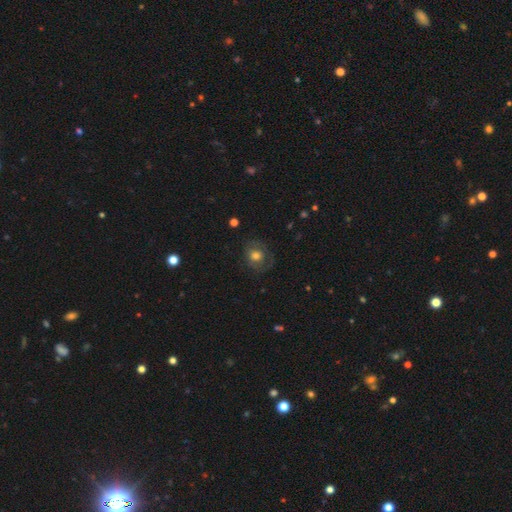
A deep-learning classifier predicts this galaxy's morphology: smooth-or-featured: smooth: 57% | featured or disk: 32% | star or artifact: 11%
  how-rounded: round: 74% | in between: 26% | cigar-shaped: 1%
  merging: none: 71% | minor disturbance: 17% | major disturbance: 11% | merger: 1%